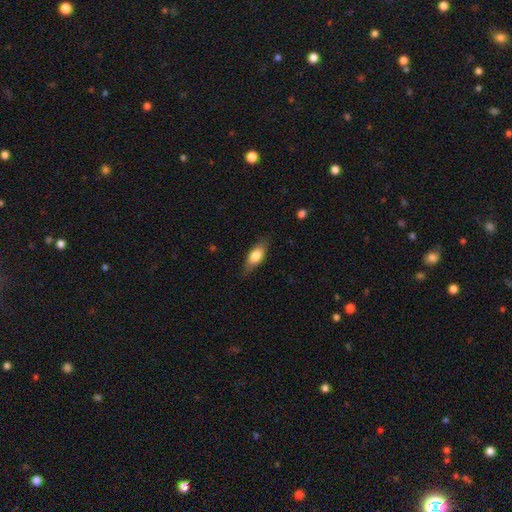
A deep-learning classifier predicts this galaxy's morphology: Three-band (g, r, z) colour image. It shows a smooth galaxy with no disk features (72%) that is in between round and cigar-shaped (75%). Merging: none (80%).